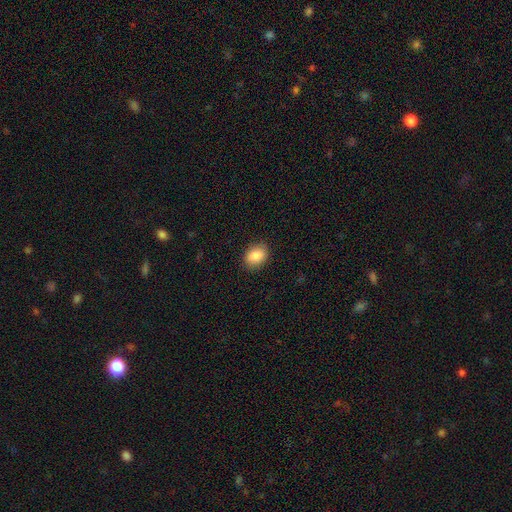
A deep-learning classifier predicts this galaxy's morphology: smooth-or-featured: smooth: 86% | star or artifact: 8% | featured or disk: 6%
  how-rounded: in between: 73% | round: 26% | cigar-shaped: 1%
  merging: none: 88% | minor disturbance: 9% | major disturbance: 2% | merger: 1%